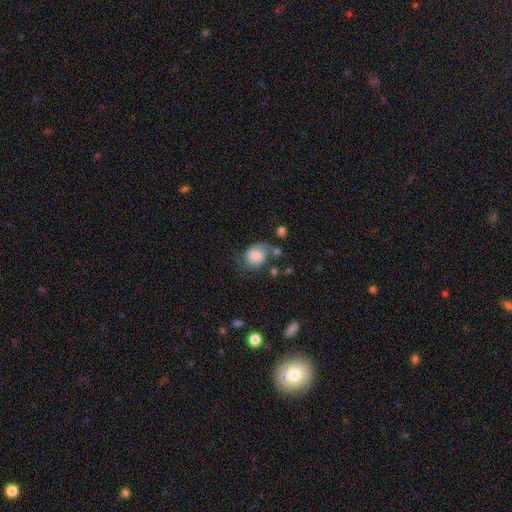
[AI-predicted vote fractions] A smooth galaxy with no disk features (62%) that is round (64%).

Vote fractions:
- Smooth or featured? smooth: 62% / featured or disk: 29% / star or artifact: 9%
- How rounded? round: 64% / in between: 35% / cigar-shaped: 1%
- Merging? none: 47% / minor disturbance: 27% / major disturbance: 19% / merger: 7%